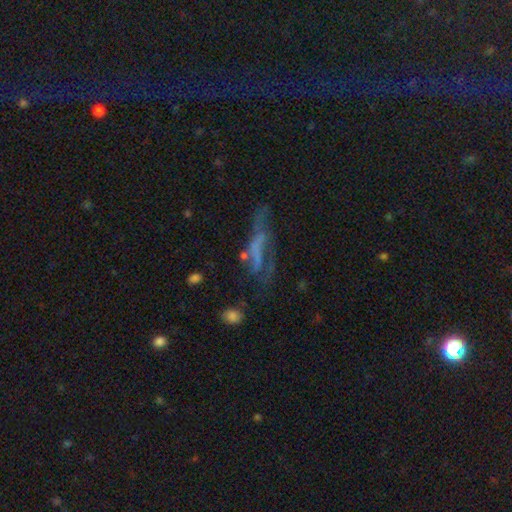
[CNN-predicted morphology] Q: Smooth or featured?
A: featured or disk (49%); runner-up: smooth (35%)
Q: Merging?
A: major disturbance (40%); runner-up: none (30%)